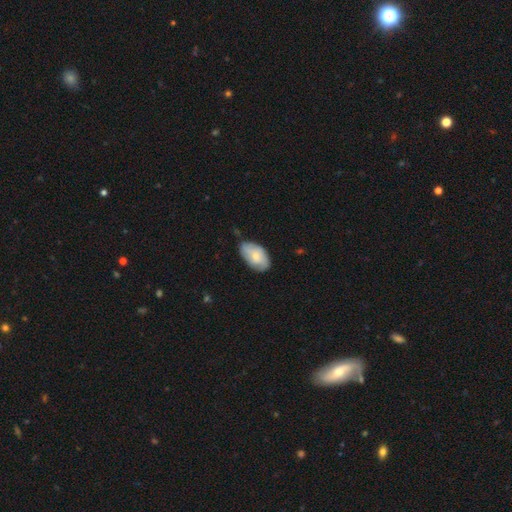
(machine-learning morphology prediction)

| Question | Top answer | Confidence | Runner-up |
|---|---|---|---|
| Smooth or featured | smooth | 64% | featured or disk (30%) |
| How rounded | in between | 93% | round (5%) |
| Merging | none | 66% | minor disturbance (28%) |